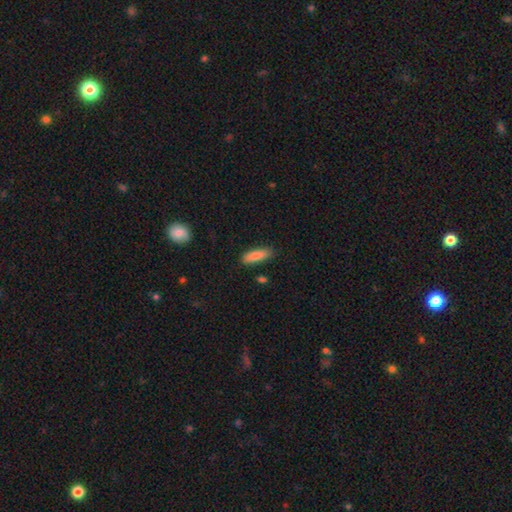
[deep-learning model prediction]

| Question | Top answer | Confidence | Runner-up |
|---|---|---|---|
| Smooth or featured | smooth | 86% | featured or disk (7%) |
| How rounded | cigar-shaped | 55% | in between (43%) |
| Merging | none | 82% | minor disturbance (13%) |